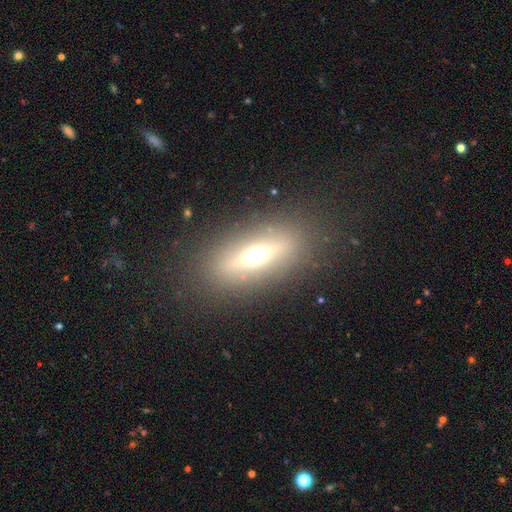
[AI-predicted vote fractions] A featured or disk galaxy (54%) viewed edge-on (79%).

Vote fractions:
- Smooth or featured? featured or disk: 54% / smooth: 34% / star or artifact: 12%
- Edge-on disk? yes: 79% / no: 21%
- Merging? none: 85% / minor disturbance: 9% / major disturbance: 5% / merger: 1%